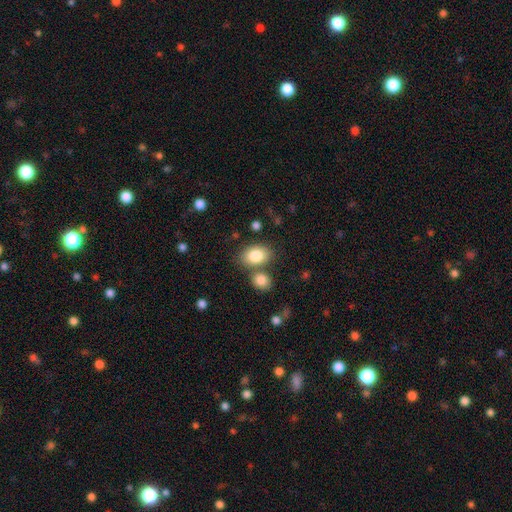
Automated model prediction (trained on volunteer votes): A smooth galaxy with no disk features (83%) that is in between round and cigar-shaped (85%).

Vote fractions:
- Smooth or featured? smooth: 83% / featured or disk: 9% / star or artifact: 7%
- How rounded? in between: 85% / round: 14% / cigar-shaped: 1%
- Merging? none: 64% / merger: 22% / minor disturbance: 11% / major disturbance: 3%